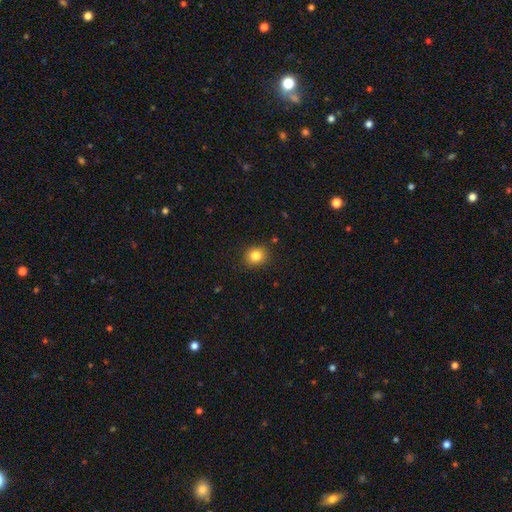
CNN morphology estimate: smooth 83%, star or artifact 11%, featured or disk 6%. Down the decision tree: how rounded — round (77%); merging — none (89%).